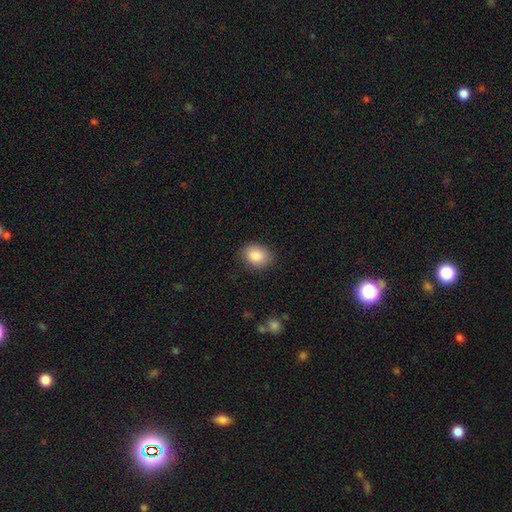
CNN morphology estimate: smooth-or-featured: smooth: 85% | star or artifact: 8% | featured or disk: 7%
  how-rounded: in between: 60% | round: 39% | cigar-shaped: 1%
  merging: none: 84% | minor disturbance: 12% | major disturbance: 3% | merger: 1%